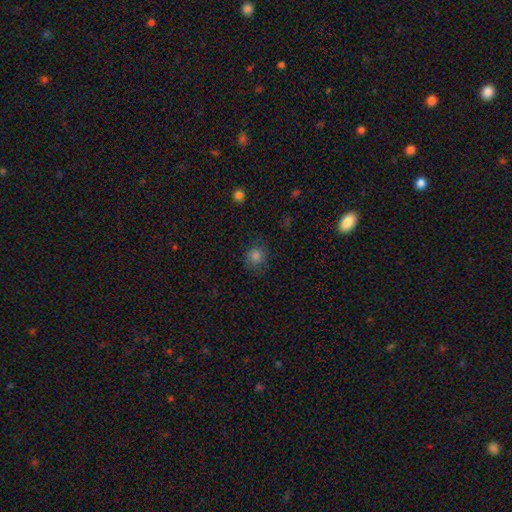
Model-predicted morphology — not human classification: The model was most divided on "merging": none: 76%, minor disturbance: 17%, major disturbance: 6%, merger: 1%. More confident: how rounded — round (82%); smooth or featured — smooth (77%).